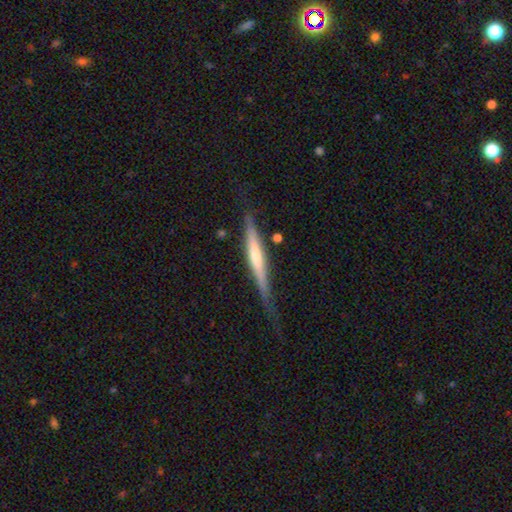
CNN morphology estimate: Smooth or featured? Predicted: featured or disk (p=0.71). Edge-on disk? Predicted: yes (p=0.96). Edge-on bulge? Predicted: rounded (p=0.56). Merging? Predicted: none (p=0.74).